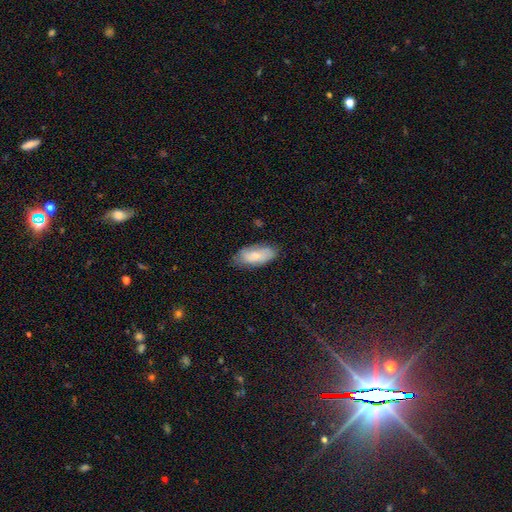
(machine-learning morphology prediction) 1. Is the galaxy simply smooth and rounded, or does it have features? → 73% smooth, 21% featured or disk, 6% star or artifact.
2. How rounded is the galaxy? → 88% in between, 9% cigar-shaped, 2% round.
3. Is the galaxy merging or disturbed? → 74% none, 21% minor disturbance, 4% major disturbance, 1% merger.